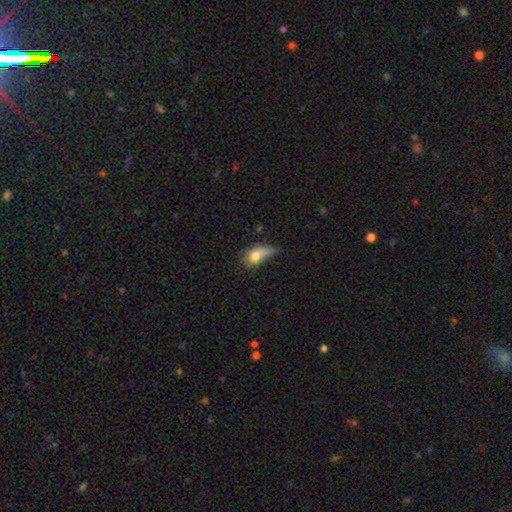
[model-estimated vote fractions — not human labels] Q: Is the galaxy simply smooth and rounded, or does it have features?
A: smooth — 72%.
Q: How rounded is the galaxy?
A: in between — 72%.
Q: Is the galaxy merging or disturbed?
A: major disturbance — 35%.